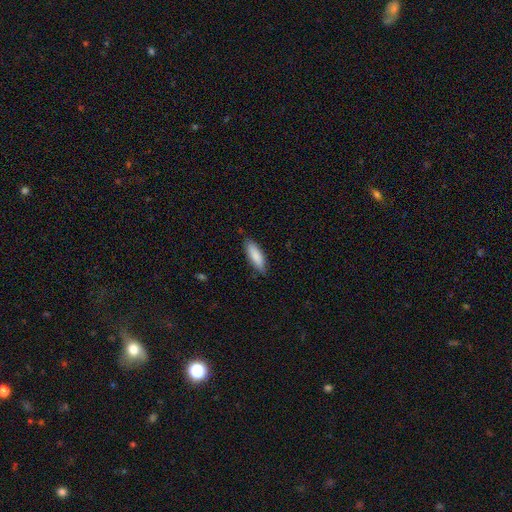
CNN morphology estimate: type=smooth (86%); roundness=cigar-shaped (50%); merging=none (83%).